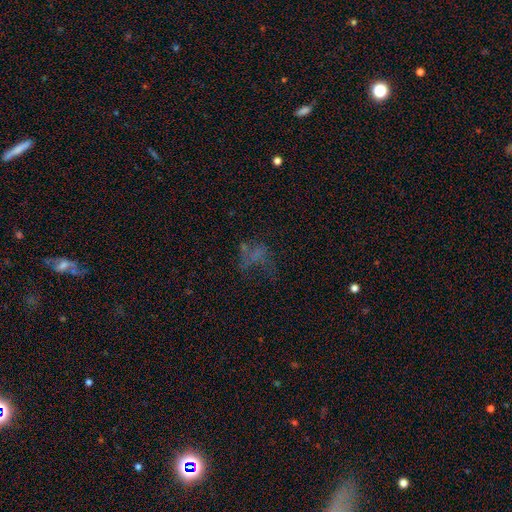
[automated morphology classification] A smooth galaxy with no disk features (37%).

Vote fractions:
- Smooth or featured? smooth: 37% / featured or disk: 33% / star or artifact: 30%
- Merging? major disturbance: 38% / none: 37% / minor disturbance: 16% / merger: 8%